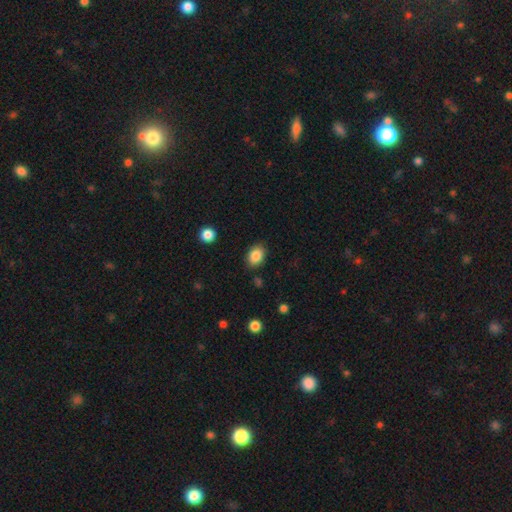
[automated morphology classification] smooth-or-featured: smooth: 86% | star or artifact: 9% | featured or disk: 5%
  how-rounded: in between: 70% | round: 29% | cigar-shaped: 1%
  merging: none: 85% | minor disturbance: 11% | major disturbance: 3% | merger: 2%